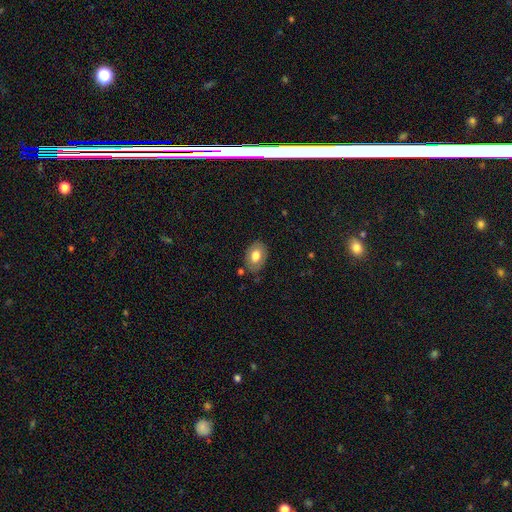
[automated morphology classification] Smooth or featured?
  - smooth: 71% *
  - featured or disk: 22%
  - star or artifact: 7%
How rounded?
  - in between: 81% *
  - round: 18%
  - cigar-shaped: 1%
Merging?
  - none: 79% *
  - minor disturbance: 15%
  - major disturbance: 4%
  - merger: 3%